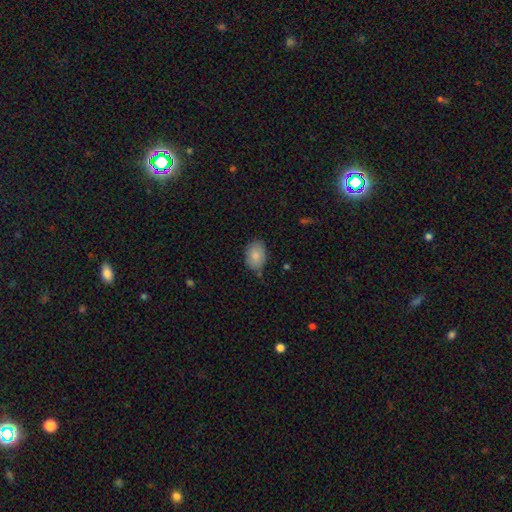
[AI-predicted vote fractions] smooth 85%, featured or disk 8%, star or artifact 7%. Down the decision tree: how rounded — in between (84%); merging — none (77%).